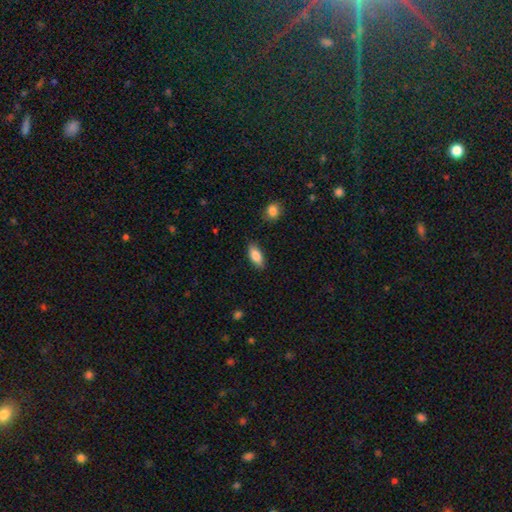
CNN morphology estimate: Smooth or featured? smooth (84%)
How rounded? in between (85%)
Merging? none (85%)